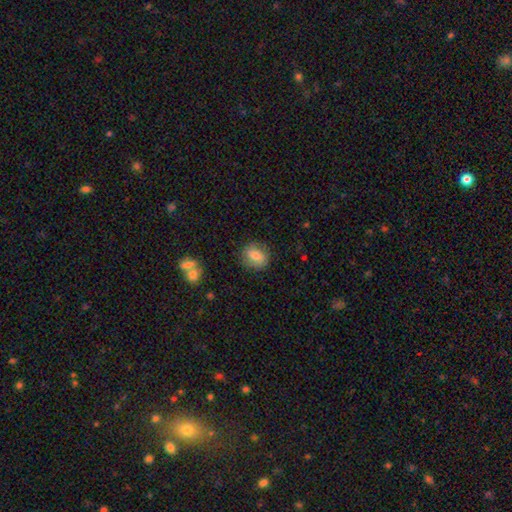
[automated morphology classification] The model was most divided on "how rounded": round: 56%, in between: 42%, cigar-shaped: 2%. More confident: merging — none (83%); smooth or featured — smooth (76%).